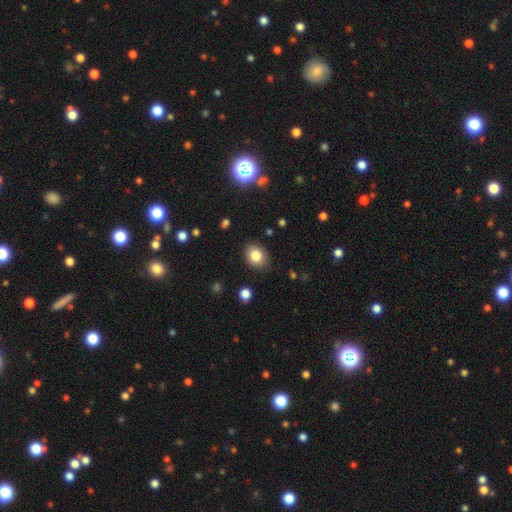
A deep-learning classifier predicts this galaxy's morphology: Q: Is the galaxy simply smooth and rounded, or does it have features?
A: smooth — 82%.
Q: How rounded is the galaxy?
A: in between — 53%.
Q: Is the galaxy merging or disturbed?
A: none — 87%.